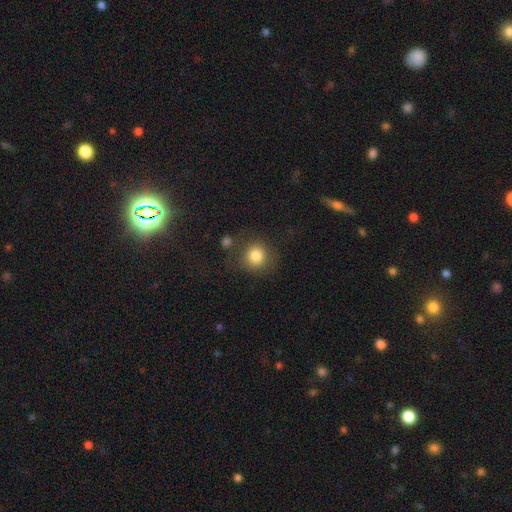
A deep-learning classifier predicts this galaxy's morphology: Smooth or featured? smooth (83%)
How rounded? round (88%)
Merging? none (73%)